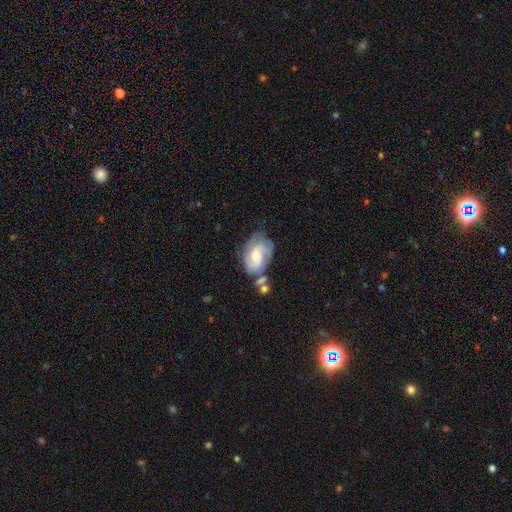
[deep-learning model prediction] Smooth or featured? featured or disk (58%)
Edge-on disk? no (96%)
Bar? no (58%)
Spiral arms? yes (81%)
Bulge size? moderate (51%)
Merging? none (44%)